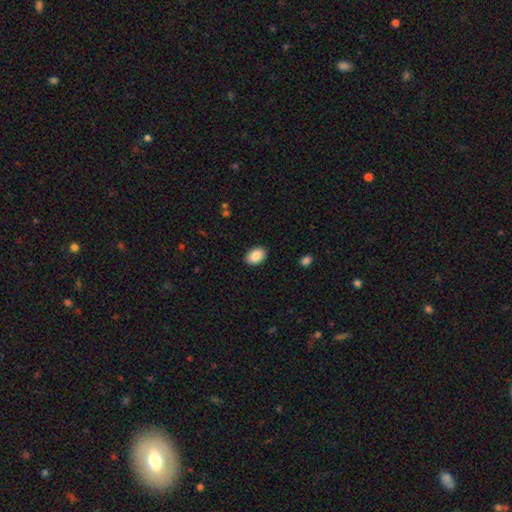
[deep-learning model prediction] Smooth or featured? smooth (88%)
How rounded? in between (85%)
Merging? none (89%)